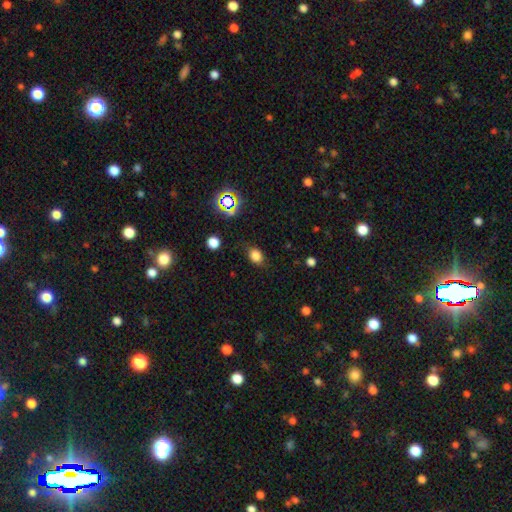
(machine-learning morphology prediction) Smooth or featured? Predicted: smooth (p=0.78). How rounded? Predicted: in between (p=0.58). Merging? Predicted: none (p=0.74).